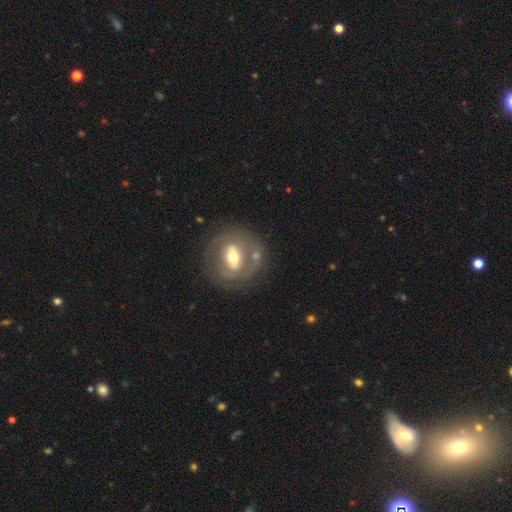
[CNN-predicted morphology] smooth-or-featured: featured or disk: 62% | smooth: 30% | star or artifact: 8%
  disk-edge-on: no: 91% | yes: 9%
    bar: weak: 38% | strong: 33% | no: 29%
    has-spiral-arms: no: 67% | yes: 33%
    bulge-size: moderate: 70% | small: 17% | large: 11% | dominant: 1% | none: 1%
  merging: none: 65% | minor disturbance: 14% | merger: 13% | major disturbance: 8%